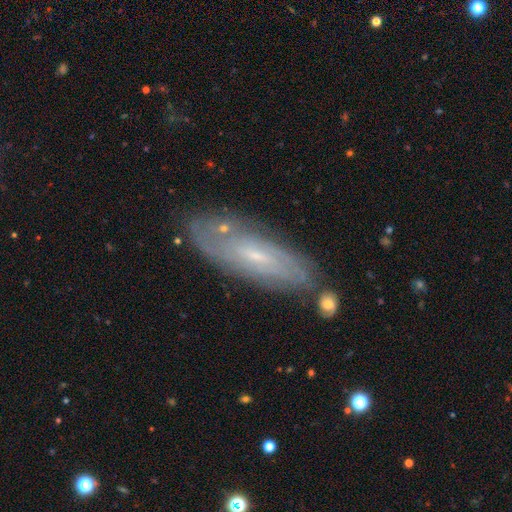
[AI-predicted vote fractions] Q: Smooth or featured?
A: featured or disk (62%); runner-up: smooth (30%)
Q: Edge-on disk?
A: no (76%); runner-up: yes (24%)
Q: Merging?
A: none (77%); runner-up: minor disturbance (15%)